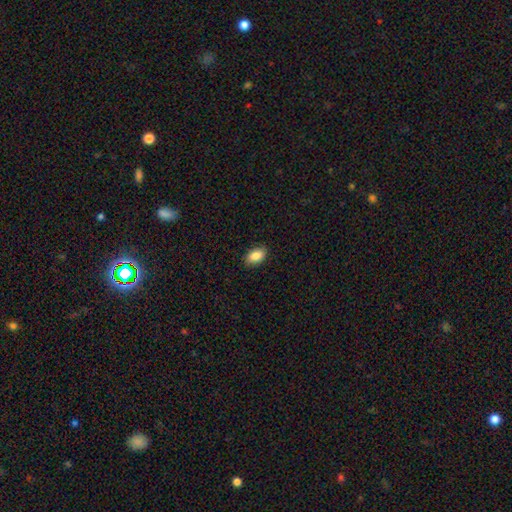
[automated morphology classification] Q: Smooth or featured?
A: smooth (88%); runner-up: star or artifact (7%)
Q: How rounded?
A: in between (91%); runner-up: round (7%)
Q: Merging?
A: none (88%); runner-up: minor disturbance (9%)